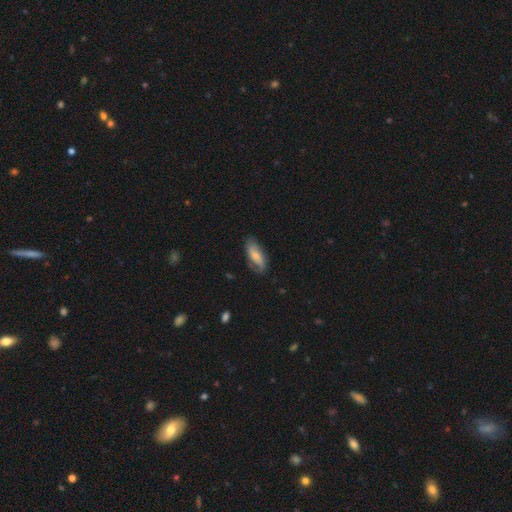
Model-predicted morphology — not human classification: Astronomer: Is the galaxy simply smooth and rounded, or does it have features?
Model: smooth — 53% (runner-up: featured or disk, 41%).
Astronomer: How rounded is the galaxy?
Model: in between — 77%.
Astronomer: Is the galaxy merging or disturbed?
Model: none — 70%.